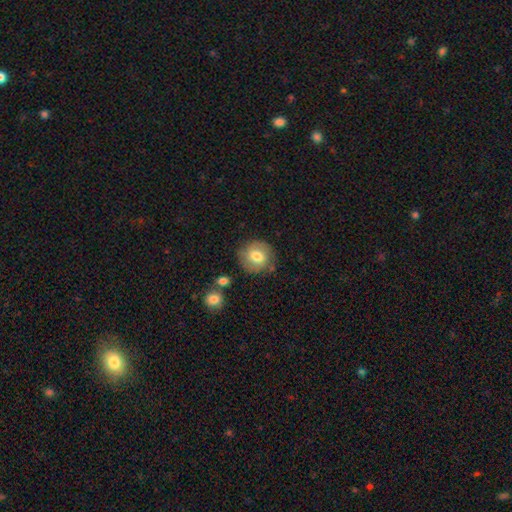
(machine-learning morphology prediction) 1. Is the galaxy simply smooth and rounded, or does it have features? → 70% smooth, 23% featured or disk, 8% star or artifact.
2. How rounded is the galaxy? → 85% round, 14% in between, 1% cigar-shaped.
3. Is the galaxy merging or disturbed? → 78% none, 14% minor disturbance, 4% major disturbance, 4% merger.